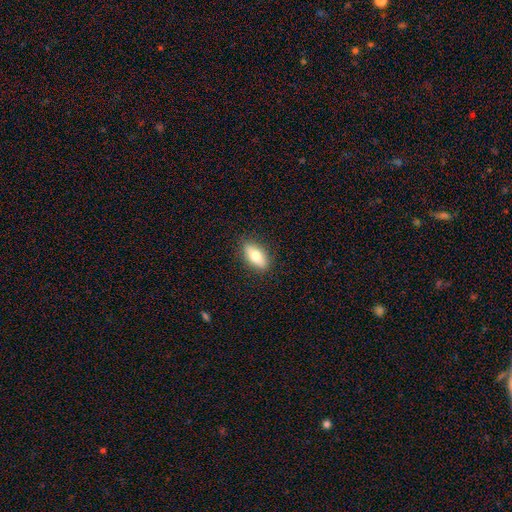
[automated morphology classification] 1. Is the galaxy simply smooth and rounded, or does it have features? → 70% smooth, 23% featured or disk, 7% star or artifact.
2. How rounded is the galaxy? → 83% in between, 12% cigar-shaped, 5% round.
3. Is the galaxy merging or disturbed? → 87% none, 10% minor disturbance, 2% major disturbance, 1% merger.